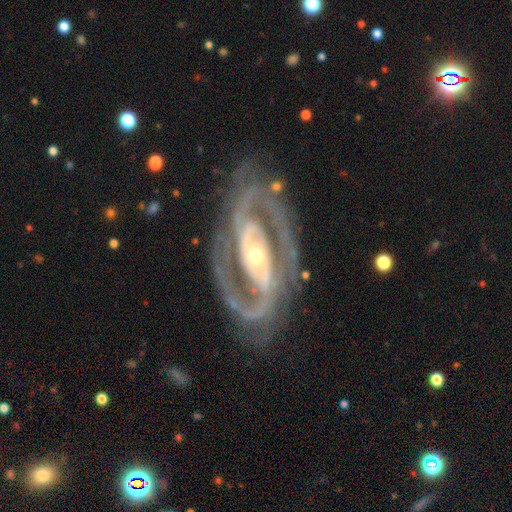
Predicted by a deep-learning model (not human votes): Overall: featured or disk (91%). Edge-on disk: no (95%). Bar: no (39%; strong 34%). Spiral arms: yes (94%). Spiral arm count: 2 (82%). Spiral winding: medium (44%; tight 43%). Bulge size: small (50%; moderate 44%). Merging: none (74%).